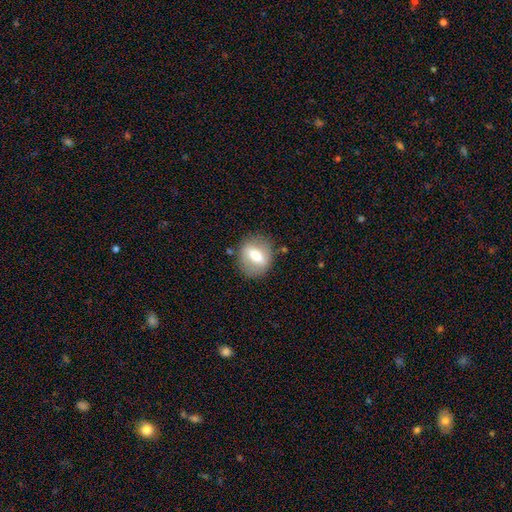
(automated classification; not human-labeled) This appears to be a smooth galaxy with no disk features (57%) that is round (55%). Merging: none (81%).